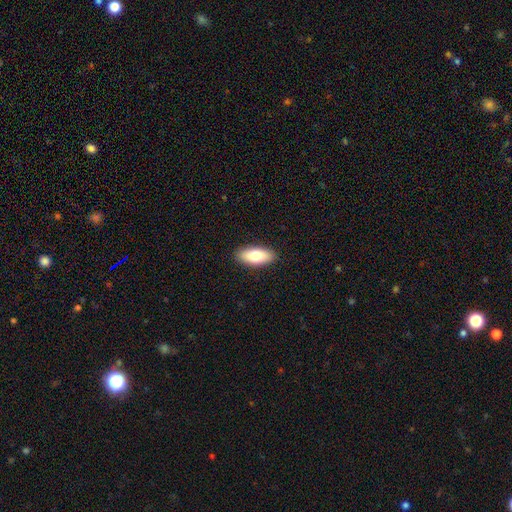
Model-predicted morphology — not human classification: Q: Smooth or featured?
A: smooth (77%); runner-up: featured or disk (17%)
Q: How rounded?
A: in between (86%); runner-up: cigar-shaped (12%)
Q: Merging?
A: none (89%); runner-up: minor disturbance (8%)